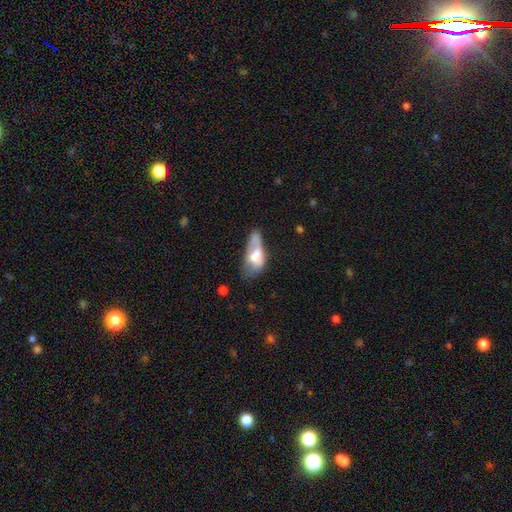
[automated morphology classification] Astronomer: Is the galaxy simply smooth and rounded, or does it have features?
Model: smooth — 59%.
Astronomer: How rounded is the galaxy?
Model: in between — 80%.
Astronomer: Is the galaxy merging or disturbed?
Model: merger — 27% (runner-up: major disturbance, 26%).